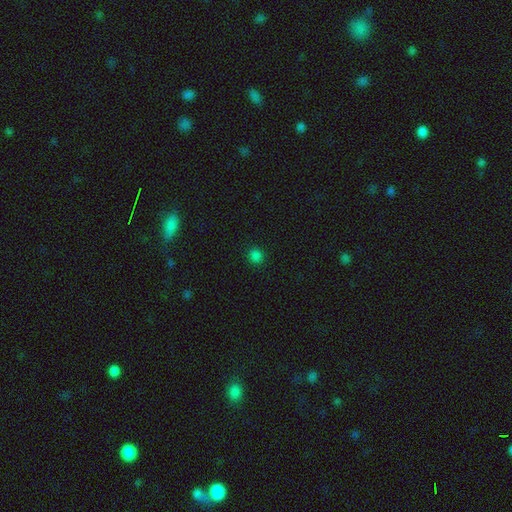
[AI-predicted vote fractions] Q: Smooth or featured?
A: smooth (81%); runner-up: star or artifact (17%)
Q: How rounded?
A: round (90%); runner-up: in between (9%)
Q: Merging?
A: none (91%); runner-up: minor disturbance (6%)